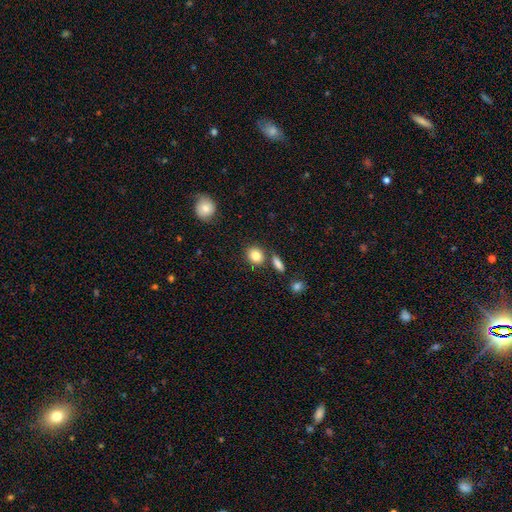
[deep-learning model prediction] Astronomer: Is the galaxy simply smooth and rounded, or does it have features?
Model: smooth — 85%.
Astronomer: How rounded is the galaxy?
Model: round — 67%.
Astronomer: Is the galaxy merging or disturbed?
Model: none — 75%.